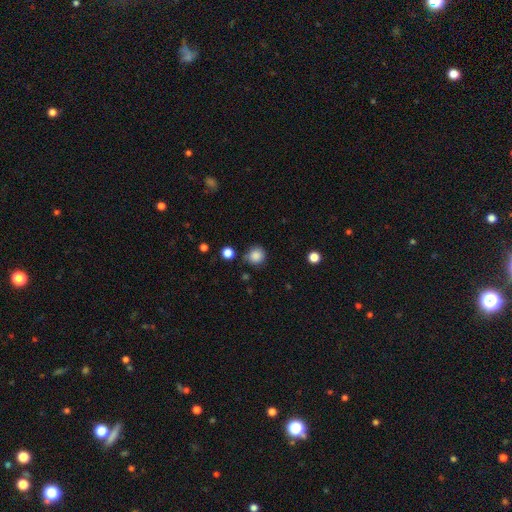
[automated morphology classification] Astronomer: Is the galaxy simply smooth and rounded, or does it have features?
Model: smooth — 86%.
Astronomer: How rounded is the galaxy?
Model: round — 92%.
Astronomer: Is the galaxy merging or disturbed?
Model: none — 81%.